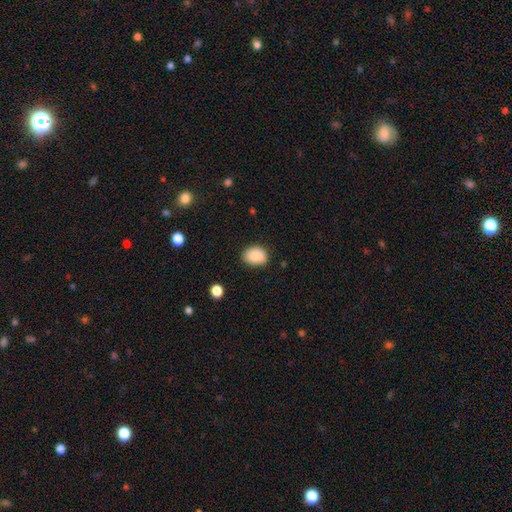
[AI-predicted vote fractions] The model was most divided on "how rounded": in between: 62%, round: 37%, cigar-shaped: 1%. More confident: smooth or featured — smooth (88%); merging — none (82%).